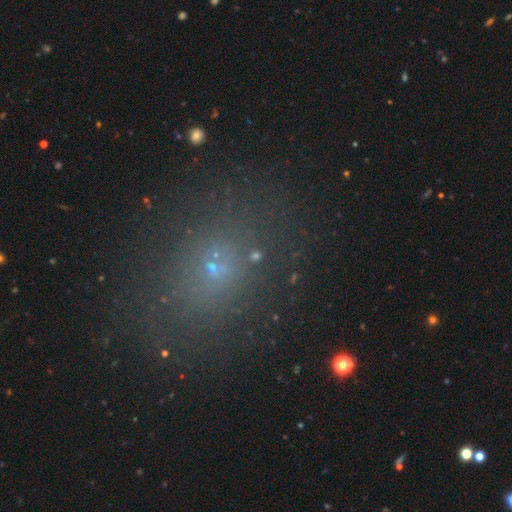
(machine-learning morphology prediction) type=star or artifact (47%).